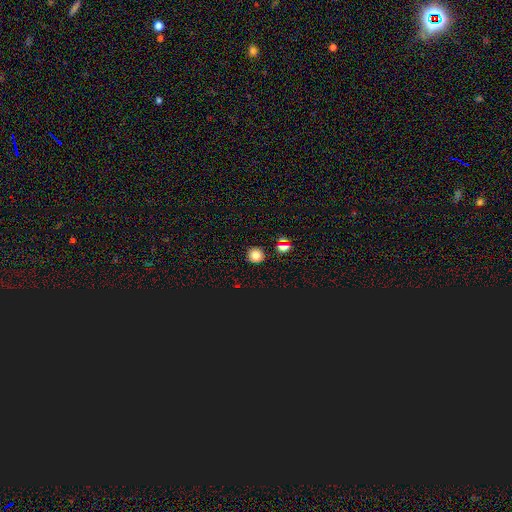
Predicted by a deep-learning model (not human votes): Q: Smooth or featured?
A: smooth (73%); runner-up: star or artifact (21%)
Q: How rounded?
A: round (93%); runner-up: in between (6%)
Q: Merging?
A: none (89%); runner-up: minor disturbance (6%)